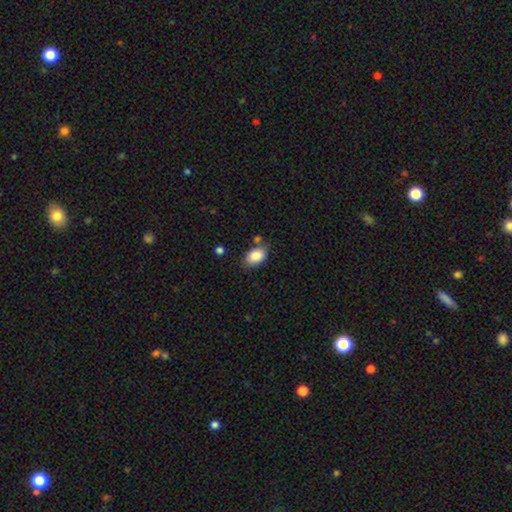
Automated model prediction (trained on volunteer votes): Smooth or featured? smooth (86%)
How rounded? in between (87%)
Merging? none (70%)